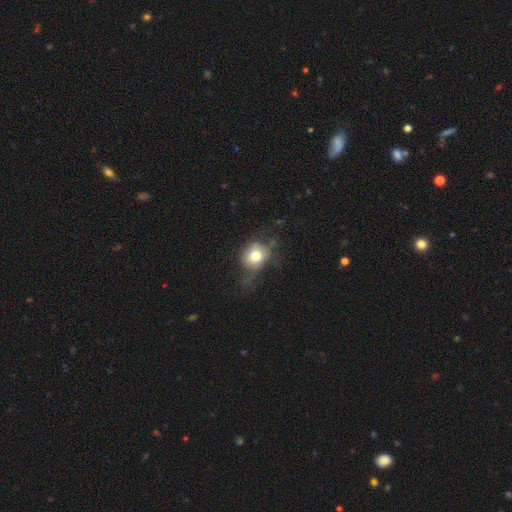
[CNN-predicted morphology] Smooth or featured?
  - smooth: 71% *
  - featured or disk: 18%
  - star or artifact: 11%
How rounded?
  - round: 70% *
  - in between: 29%
  - cigar-shaped: 1%
Merging?
  - none: 42% *
  - minor disturbance: 32%
  - major disturbance: 24%
  - merger: 3%